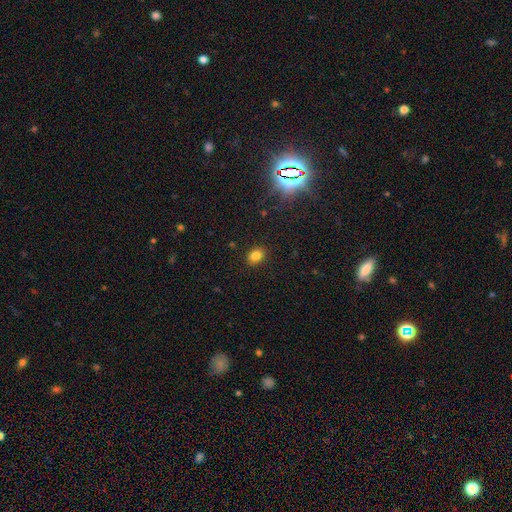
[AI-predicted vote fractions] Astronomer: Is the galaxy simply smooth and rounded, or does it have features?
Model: smooth — 81%.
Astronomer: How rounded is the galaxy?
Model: in between — 66%.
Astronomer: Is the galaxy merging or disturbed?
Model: none — 88%.